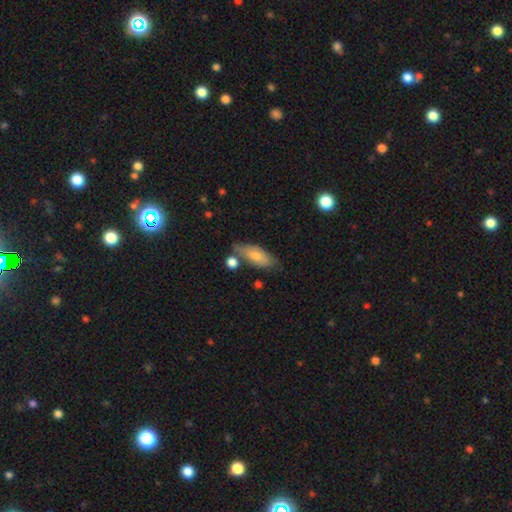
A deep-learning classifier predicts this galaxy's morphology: smooth_or_featured: smooth (p=0.67) [alt: featured or disk p=0.26]
how_rounded: in between (p=0.74) [alt: cigar-shaped p=0.23]
merging: none (p=0.66) [alt: minor disturbance p=0.21]